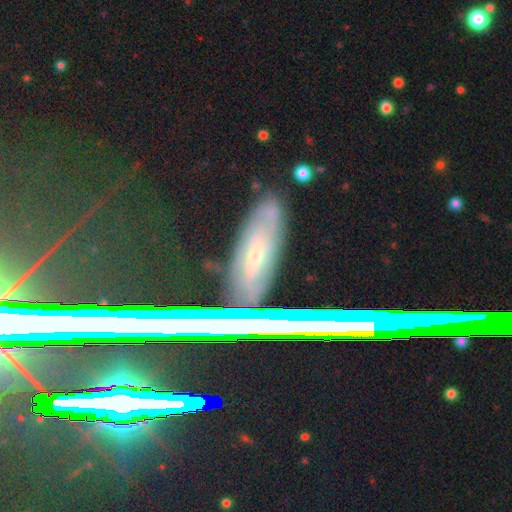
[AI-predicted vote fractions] Q: Smooth or featured?
A: featured or disk (38%); runner-up: star or artifact (35%)
Q: Merging?
A: none (77%); runner-up: minor disturbance (15%)